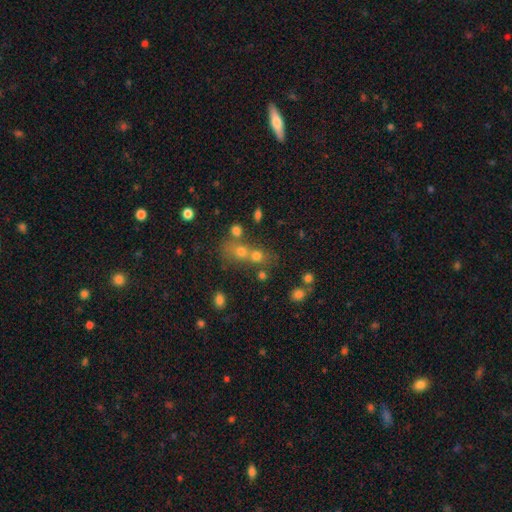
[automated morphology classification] This appears to be a smooth galaxy with no disk features (55%) that is round (71%). Merging: merger (52%).